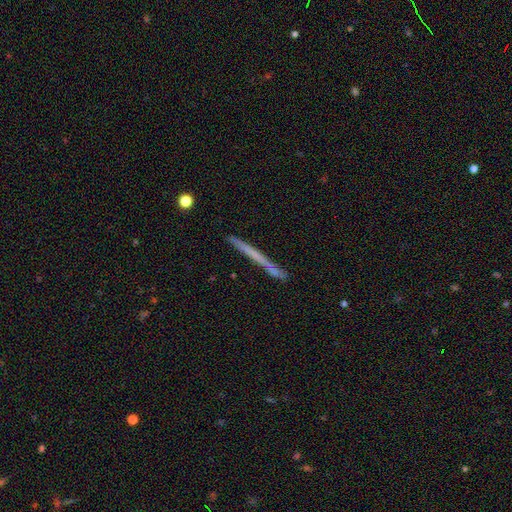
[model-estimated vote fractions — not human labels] Morphology: type=featured or disk (49%); merging=none (88%).